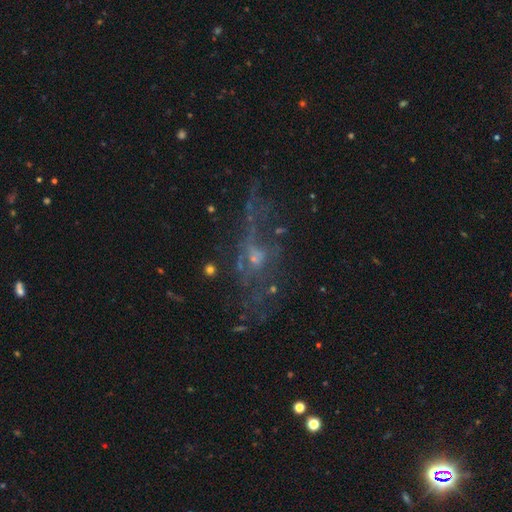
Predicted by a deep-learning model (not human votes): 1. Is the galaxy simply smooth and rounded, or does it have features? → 57% featured or disk, 25% star or artifact, 18% smooth.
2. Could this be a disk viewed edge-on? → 80% no, 20% yes.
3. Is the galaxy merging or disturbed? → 53% none, 25% major disturbance, 17% minor disturbance, 5% merger.